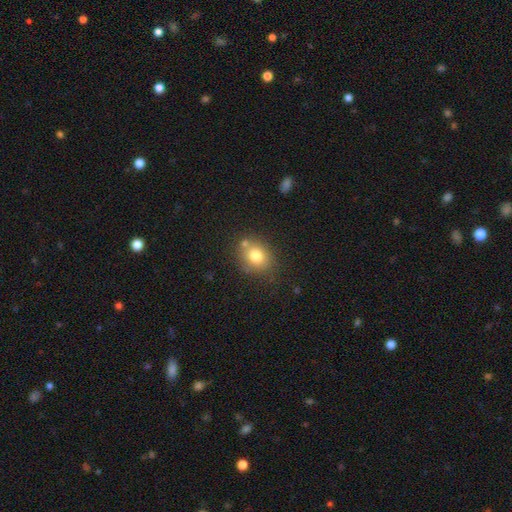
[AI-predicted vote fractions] Smooth or featured?
  - smooth: 77% *
  - featured or disk: 12%
  - star or artifact: 11%
How rounded?
  - round: 59% *
  - in between: 40%
  - cigar-shaped: 1%
Merging?
  - none: 68% *
  - minor disturbance: 14%
  - merger: 13%
  - major disturbance: 4%